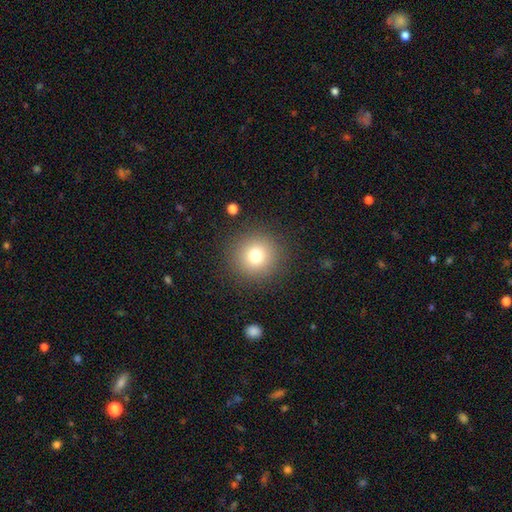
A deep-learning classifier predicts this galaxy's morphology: This is likely a smooth galaxy (77%). How rounded: clearly round (94%). Merging: clearly none (89%).